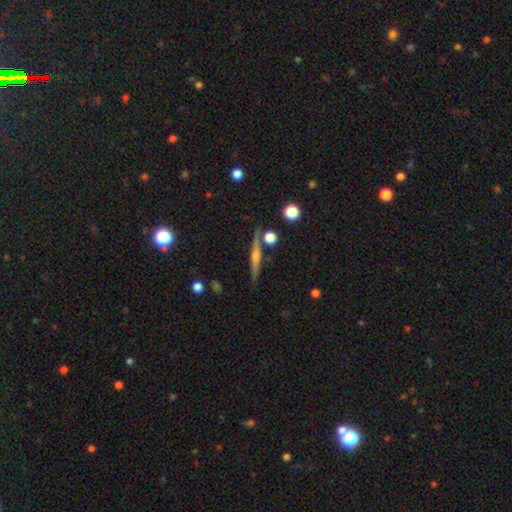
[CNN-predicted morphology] Smooth or featured?
  - featured or disk: 67% *
  - smooth: 24%
  - star or artifact: 8%
Edge-on disk?
  - yes: 97% *
  - no: 3%
Edge-on bulge?
  - rounded: 80% *
  - none: 12%
  - boxy: 8%
Merging?
  - none: 84% *
  - minor disturbance: 9%
  - merger: 5%
  - major disturbance: 2%